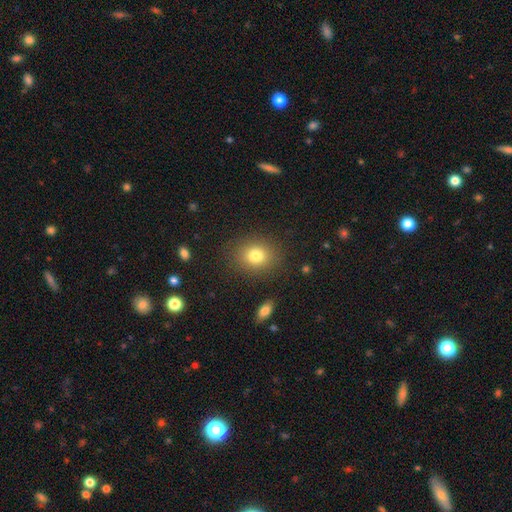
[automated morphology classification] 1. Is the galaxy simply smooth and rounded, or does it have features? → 79% smooth, 12% star or artifact, 9% featured or disk.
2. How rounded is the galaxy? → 56% round, 43% in between, 1% cigar-shaped.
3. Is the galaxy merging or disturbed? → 84% none, 10% minor disturbance, 4% major disturbance, 2% merger.